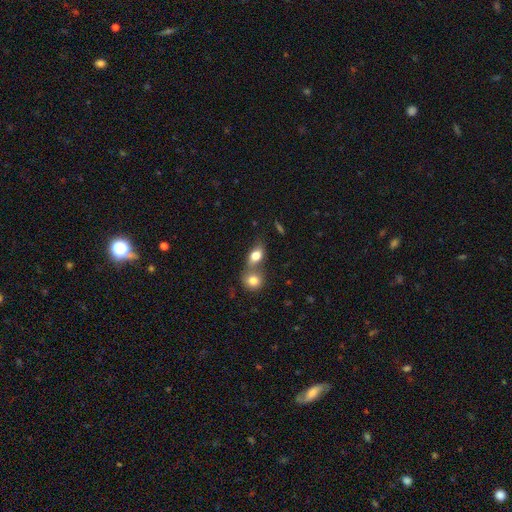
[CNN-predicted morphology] smooth_or_featured: smooth (p=0.79) [alt: featured or disk p=0.13]
how_rounded: in between (p=0.68) [alt: round p=0.28]
merging: merger (p=0.56) [alt: none p=0.31]